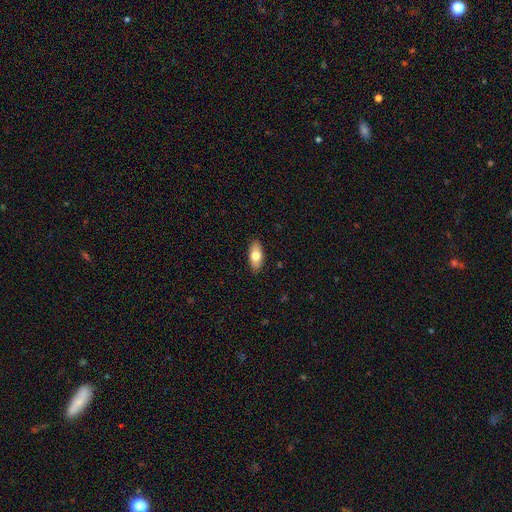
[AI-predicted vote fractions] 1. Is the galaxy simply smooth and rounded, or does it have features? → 75% smooth, 19% featured or disk, 6% star or artifact.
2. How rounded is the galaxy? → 88% in between, 9% cigar-shaped, 3% round.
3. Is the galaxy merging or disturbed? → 89% none, 8% minor disturbance, 2% major disturbance, 1% merger.